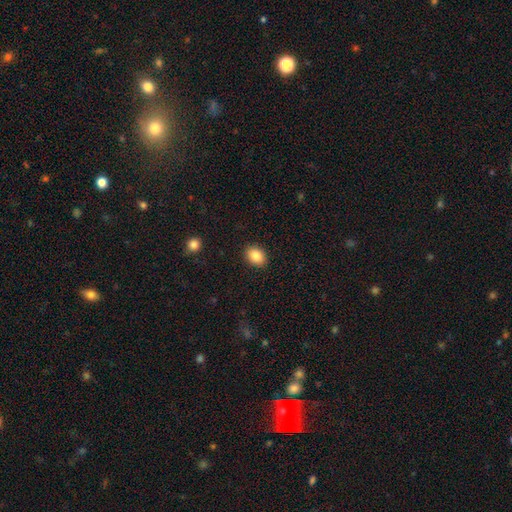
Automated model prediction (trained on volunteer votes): smooth 88%, star or artifact 8%, featured or disk 4%. Down the decision tree: how rounded — in between (70%); merging — none (89%).